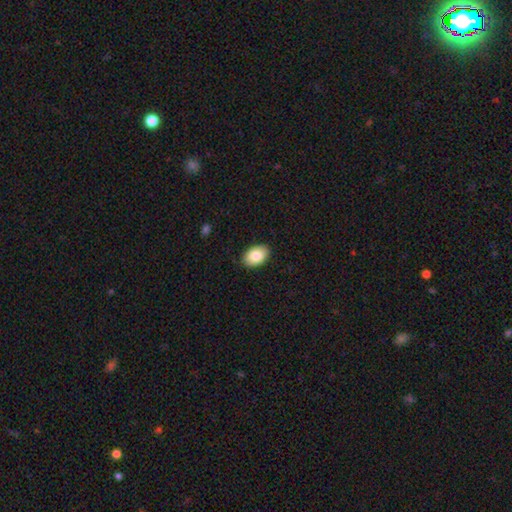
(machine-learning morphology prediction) smooth_or_featured: smooth (p=0.85) [alt: featured or disk p=0.08]
how_rounded: in between (p=0.91) [alt: round p=0.08]
merging: none (p=0.89) [alt: minor disturbance p=0.09]